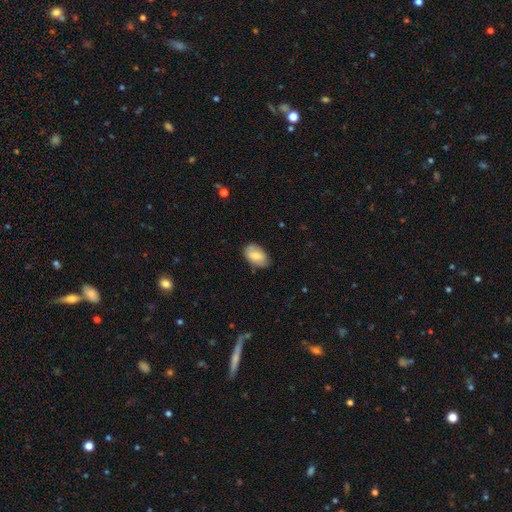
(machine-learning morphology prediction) This appears to be a smooth galaxy with no disk features (72%) that is in between round and cigar-shaped (91%). Merging: none (74%).